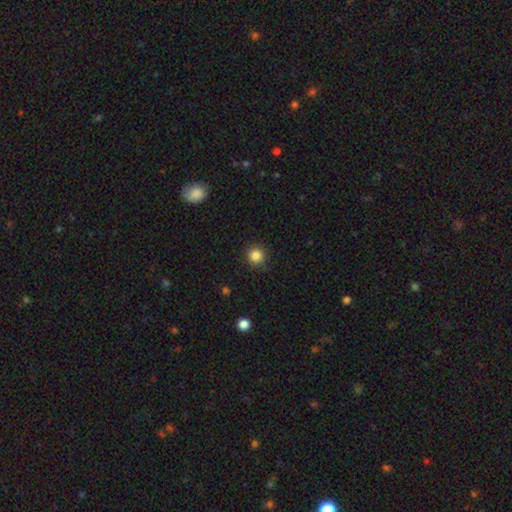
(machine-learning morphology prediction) smooth_or_featured: smooth (p=0.85) [alt: star or artifact p=0.11]
how_rounded: round (p=0.94) [alt: in between p=0.05]
merging: none (p=0.90) [alt: minor disturbance p=0.07]